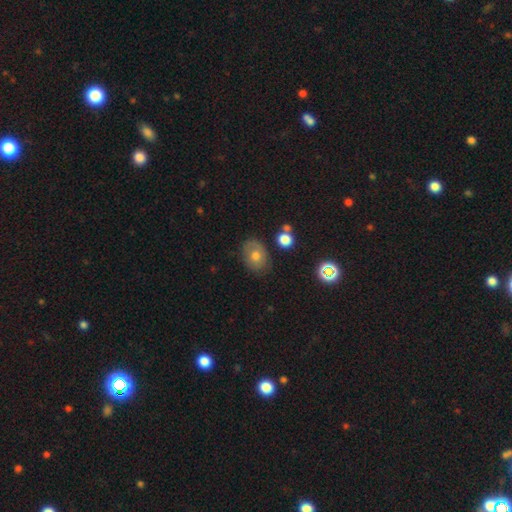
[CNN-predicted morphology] A smooth galaxy with no disk features (60%) that is in between round and cigar-shaped (59%).

Vote fractions:
- Smooth or featured? smooth: 60% / featured or disk: 26% / star or artifact: 14%
- How rounded? in between: 59% / round: 40% / cigar-shaped: 1%
- Merging? none: 73% / minor disturbance: 18% / major disturbance: 5% / merger: 3%